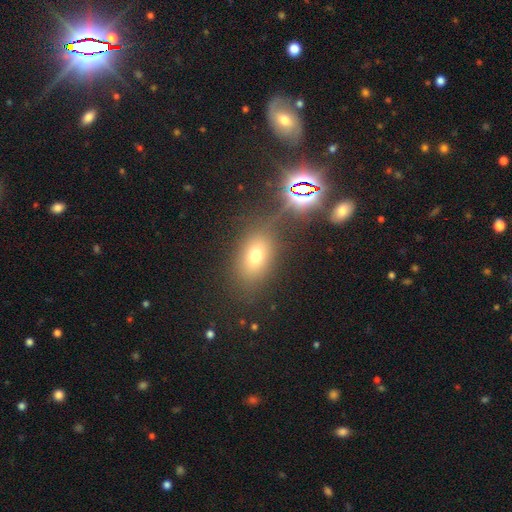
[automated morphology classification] This is likely a smooth galaxy (64%). How rounded: likely in between (74%). Merging: likely none (74%).